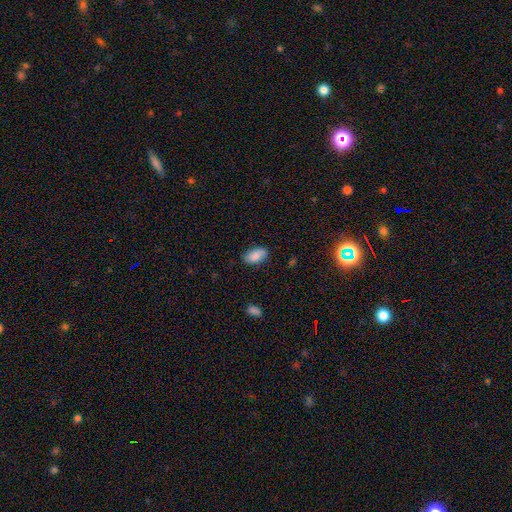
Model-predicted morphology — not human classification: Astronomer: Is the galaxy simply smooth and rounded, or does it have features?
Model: smooth — 85%.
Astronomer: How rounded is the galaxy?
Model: in between — 93%.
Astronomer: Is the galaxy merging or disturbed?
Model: none — 82%.